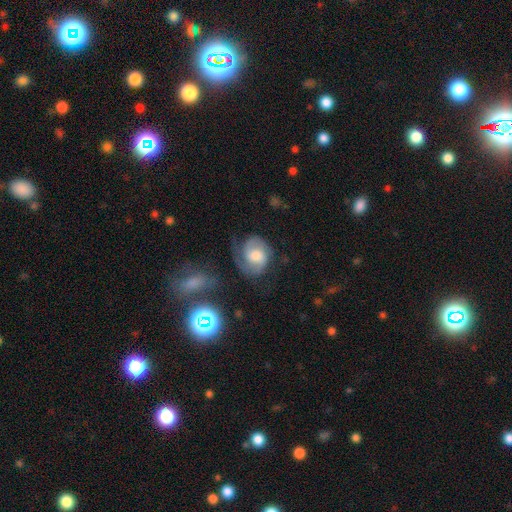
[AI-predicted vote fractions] smooth-or-featured: featured or disk: 72% | smooth: 21% | star or artifact: 7%
  disk-edge-on: no: 98% | yes: 2%
    bar: no: 56% | weak: 37% | strong: 7%
    has-spiral-arms: yes: 94% | no: 6%
      spiral-winding: medium: 46% | tight: 38% | loose: 16%
      spiral-arm-count: 2: 77% | can't tell: 9% | 1: 8% | 3: 3% | 4: 1% | more than 4: 1%
    bulge-size: moderate: 56% | small: 20% | large: 18% | none: 5% | dominant: 2%
  merging: none: 61% | minor disturbance: 22% | major disturbance: 14% | merger: 3%